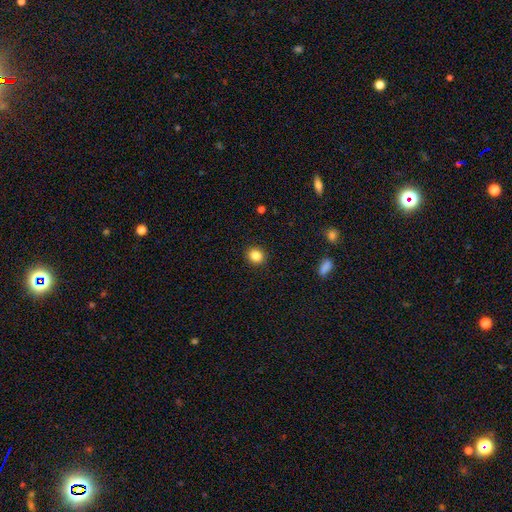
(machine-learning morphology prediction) smooth 85%, star or artifact 11%, featured or disk 5%. Down the decision tree: how rounded — round (80%); merging — none (91%).